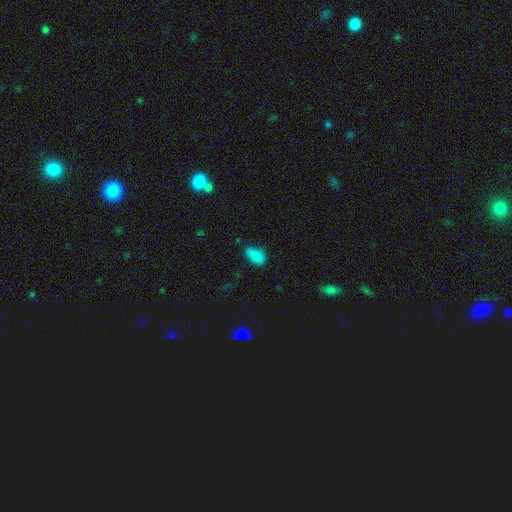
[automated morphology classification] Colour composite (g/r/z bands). It shows a smooth galaxy with no disk features (84%) that is in between round and cigar-shaped (91%). Merging: none (66%).